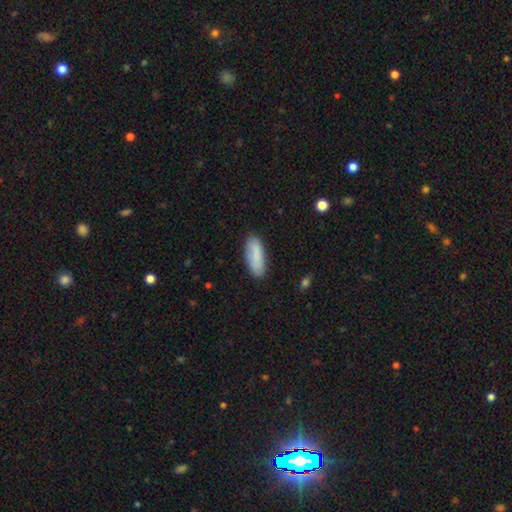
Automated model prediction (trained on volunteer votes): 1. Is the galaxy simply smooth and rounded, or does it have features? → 86% smooth, 8% featured or disk, 6% star or artifact.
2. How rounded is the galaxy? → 65% in between, 34% cigar-shaped, 2% round.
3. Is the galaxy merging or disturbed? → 86% none, 11% minor disturbance, 2% major disturbance, 1% merger.